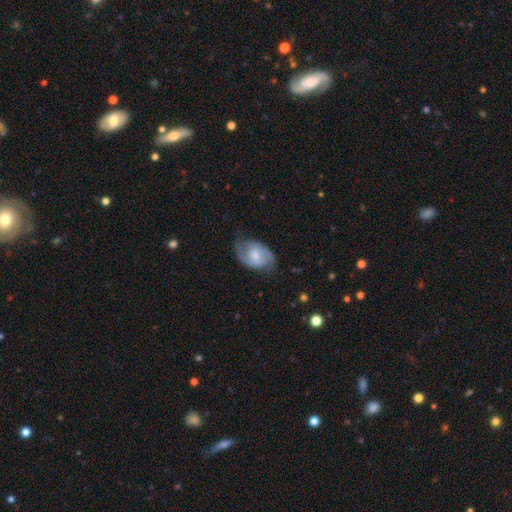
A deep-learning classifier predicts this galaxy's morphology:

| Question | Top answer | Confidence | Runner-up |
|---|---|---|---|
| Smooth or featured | featured or disk | 58% | smooth (36%) |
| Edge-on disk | no | 96% | yes (4%) |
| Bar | no | 51% | weak (41%) |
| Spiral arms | yes | 83% | no (17%) |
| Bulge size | moderate | 50% | small (36%) |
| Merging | none | 63% | minor disturbance (26%) |